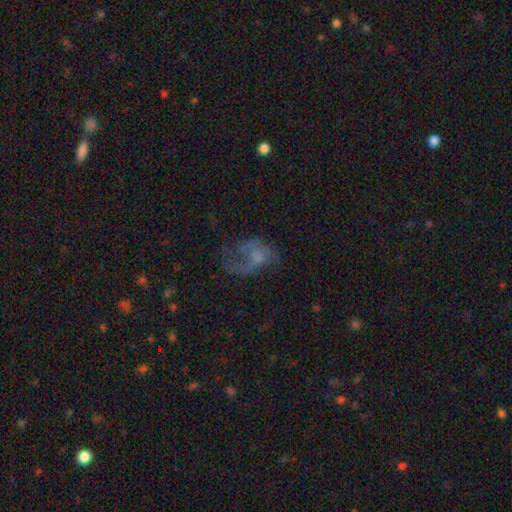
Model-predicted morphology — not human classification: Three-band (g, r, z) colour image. It shows a featured or disk galaxy (55%) with no bar (77%), spiral arms (58%) and no central bulge (34%). Merging: major disturbance (49%).